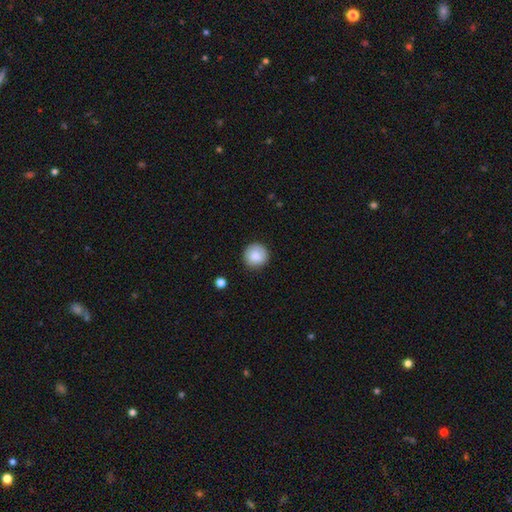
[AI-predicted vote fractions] smooth 85%, star or artifact 8%, featured or disk 8%. Down the decision tree: how rounded — round (94%); merging — none (87%).